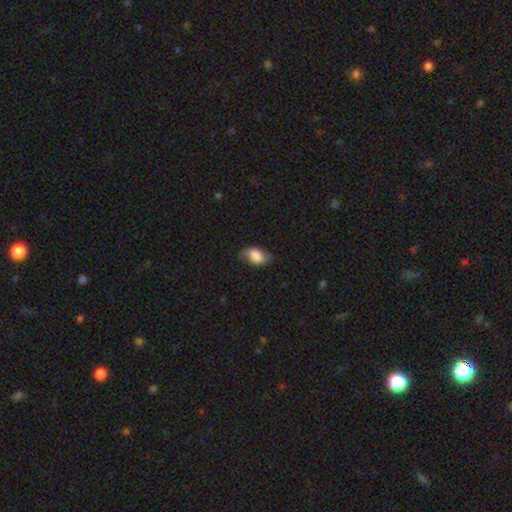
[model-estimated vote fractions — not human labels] Smooth or featured: smooth — 77% (featured or disk — 16%)
How rounded: in between — 89% (round — 10%)
Merging: none — 65% (minor disturbance — 26%)